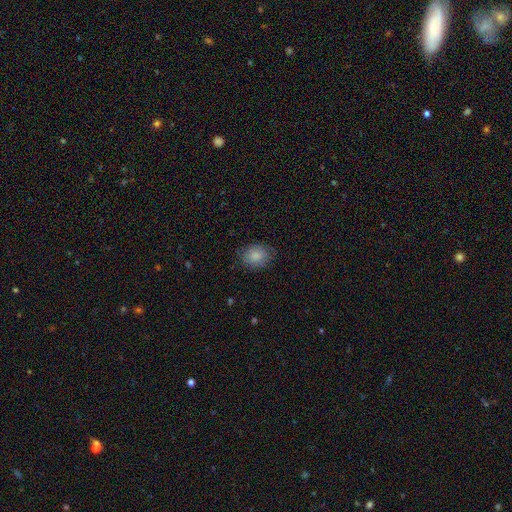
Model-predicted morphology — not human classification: Overall: smooth (85%). How rounded: in between (54%; round 45%). Merging: none (80%).